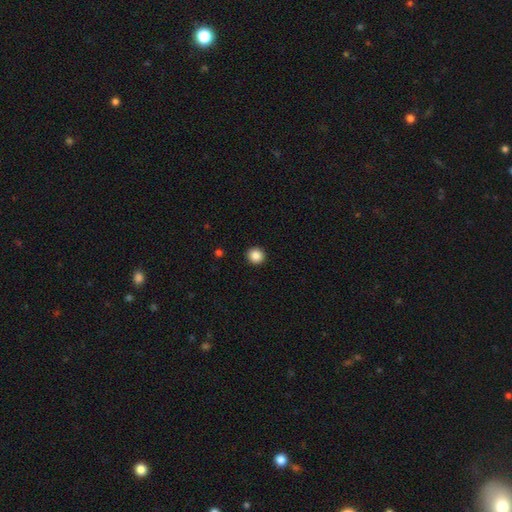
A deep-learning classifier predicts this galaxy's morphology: Smooth or featured?
  - smooth: 87% *
  - star or artifact: 10%
  - featured or disk: 3%
How rounded?
  - round: 93% *
  - in between: 6%
  - cigar-shaped: 1%
Merging?
  - none: 93% *
  - minor disturbance: 4%
  - major disturbance: 2%
  - merger: 1%